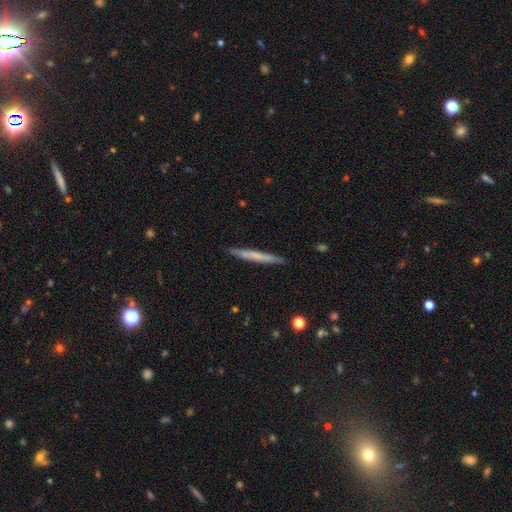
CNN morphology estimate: smooth-or-featured: smooth: 58% | featured or disk: 37% | star or artifact: 6%
  how-rounded: cigar-shaped: 97% | in between: 2% | round: 1%
  merging: none: 89% | minor disturbance: 8% | major disturbance: 2% | merger: 1%